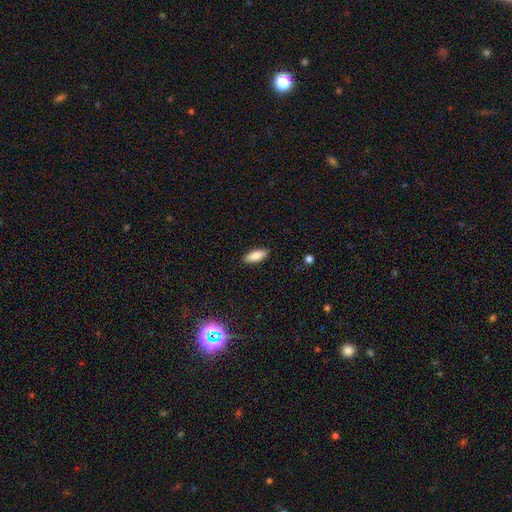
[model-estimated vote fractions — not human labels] This appears to be a smooth galaxy with no disk features (84%) that is in between round and cigar-shaped (75%). Merging: none (88%).